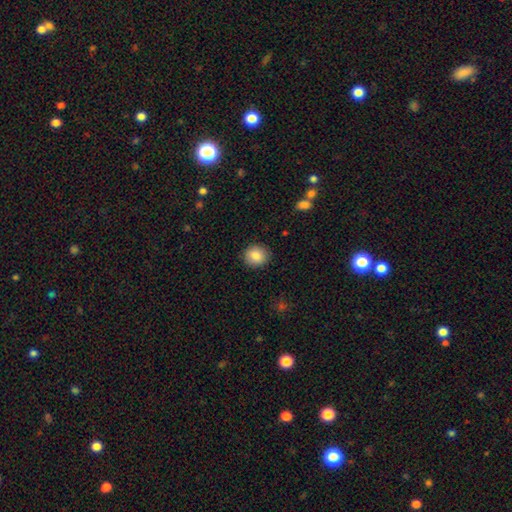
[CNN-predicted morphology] Smooth or featured? smooth (87%)
How rounded? round (82%)
Merging? none (90%)